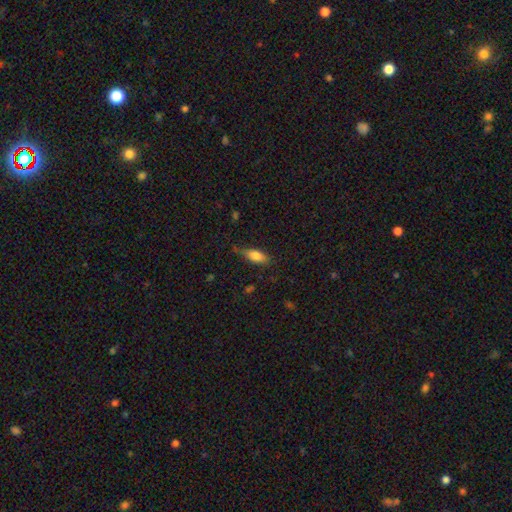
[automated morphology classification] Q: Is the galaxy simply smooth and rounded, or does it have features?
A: smooth — 77%.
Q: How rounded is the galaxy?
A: in between — 75%.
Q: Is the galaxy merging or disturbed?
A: none — 68%.